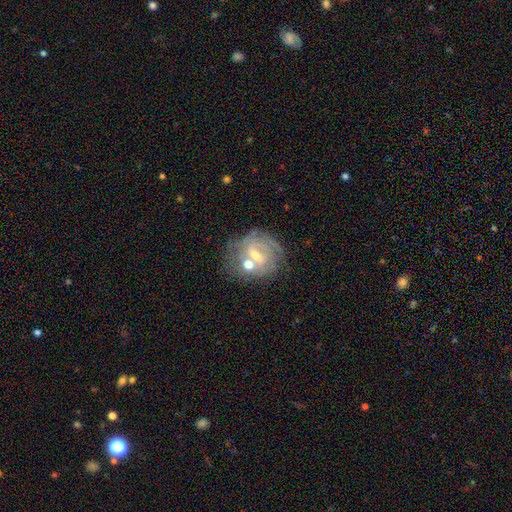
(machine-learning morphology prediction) Smooth or featured: featured or disk — 65% (smooth — 22%)
Edge-on disk: no — 94% (yes — 6%)
Bar: weak — 46% (no — 28%)
Spiral arms: yes — 69% (no — 31%)
Bulge size: moderate — 47% (small — 43%)
Merging: none — 58% (merger — 17%)